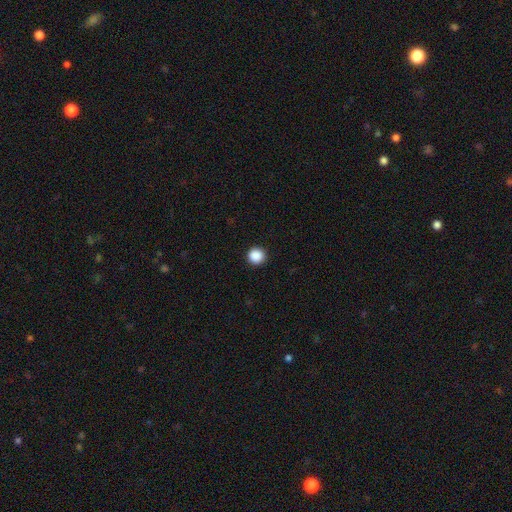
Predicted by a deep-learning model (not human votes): This appears to be a smooth galaxy with no disk features (89%) that is round (96%). Merging: none (93%).